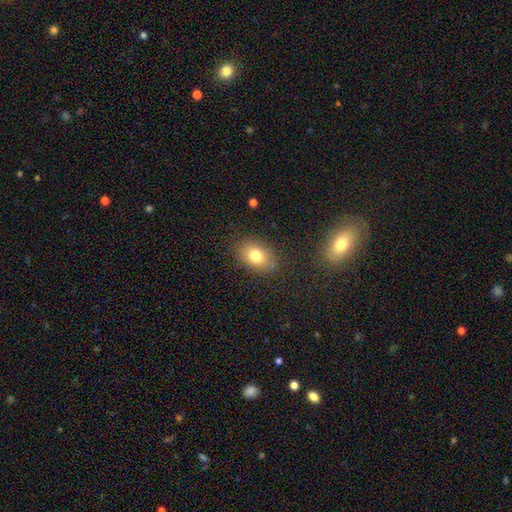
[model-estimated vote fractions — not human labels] A smooth galaxy with no disk features (78%) that is in between round and cigar-shaped (78%). Merging: none (84%).